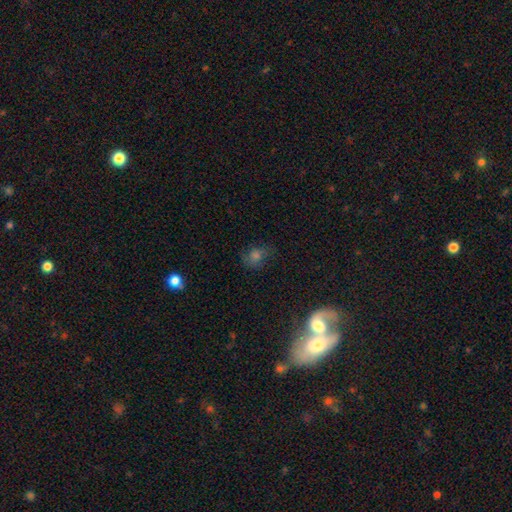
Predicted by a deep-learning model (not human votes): smooth 50%, featured or disk 27%, star or artifact 23%. Down the decision tree: merging — none (59%).